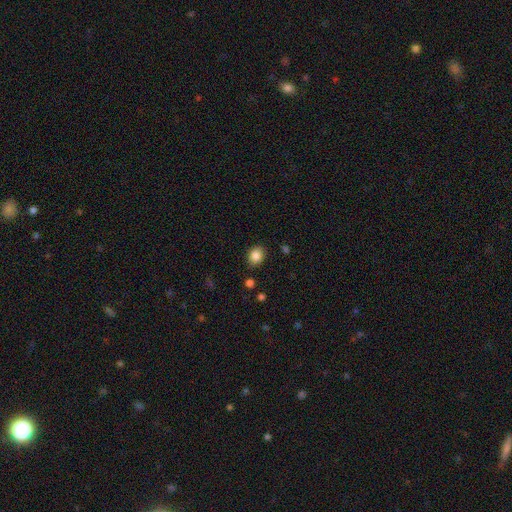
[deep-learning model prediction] Smooth or featured? Predicted: smooth (p=0.86). How rounded? Predicted: round (p=0.55). Merging? Predicted: none (p=0.86).